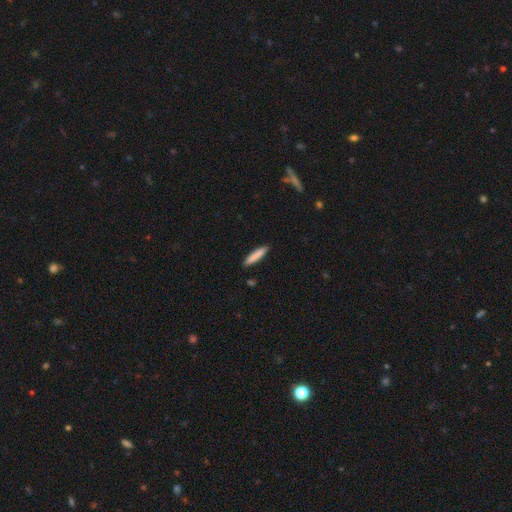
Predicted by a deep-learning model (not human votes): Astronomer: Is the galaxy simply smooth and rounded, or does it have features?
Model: smooth — 84%.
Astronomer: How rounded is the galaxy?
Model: cigar-shaped — 90%.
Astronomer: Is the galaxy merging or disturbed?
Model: none — 90%.